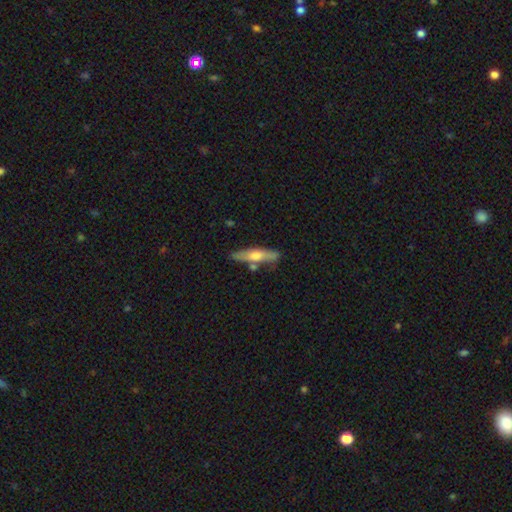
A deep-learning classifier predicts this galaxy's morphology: Smooth or featured? smooth (50%)
Merging? none (74%)